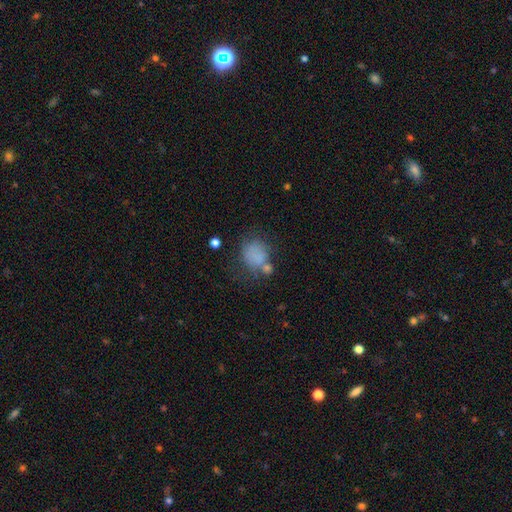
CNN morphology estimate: smooth_or_featured: smooth (p=0.74) [alt: featured or disk p=0.13]
how_rounded: round (p=0.61) [alt: in between p=0.38]
merging: none (p=0.45) [alt: minor disturbance p=0.23]